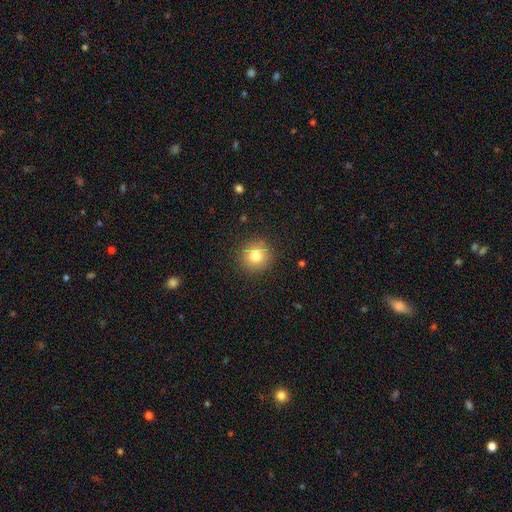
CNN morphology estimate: Smooth or featured: smooth — 80% (star or artifact — 12%)
How rounded: round — 93% (in between — 6%)
Merging: none — 89% (minor disturbance — 7%)